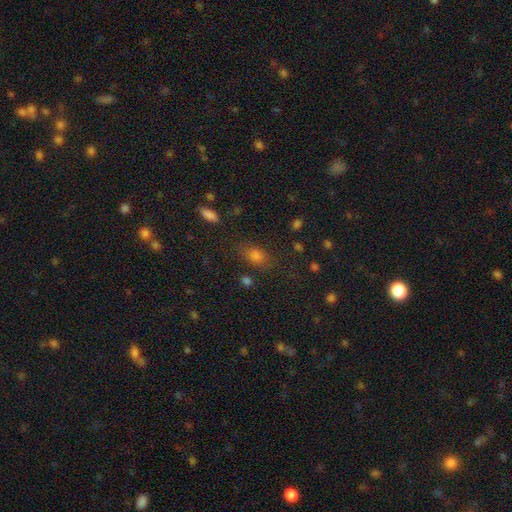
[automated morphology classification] A smooth galaxy with no disk features (72%) that is in between round and cigar-shaped (70%).

Vote fractions:
- Smooth or featured? smooth: 72% / star or artifact: 20% / featured or disk: 8%
- How rounded? in between: 70% / round: 25% / cigar-shaped: 5%
- Merging? none: 75% / minor disturbance: 16% / major disturbance: 6% / merger: 3%